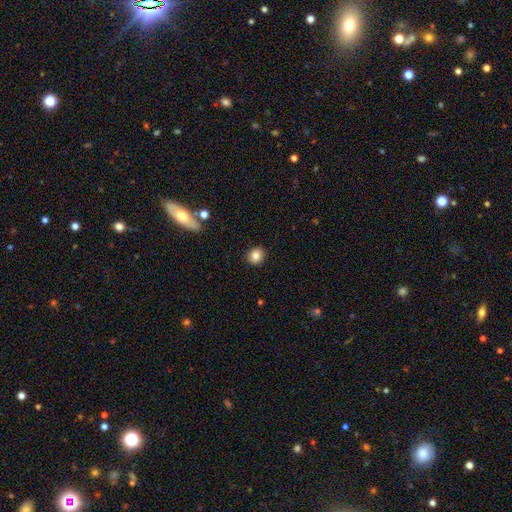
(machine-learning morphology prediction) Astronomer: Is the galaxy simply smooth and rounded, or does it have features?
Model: smooth — 85%.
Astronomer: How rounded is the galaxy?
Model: round — 76%.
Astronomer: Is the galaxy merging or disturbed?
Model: none — 90%.